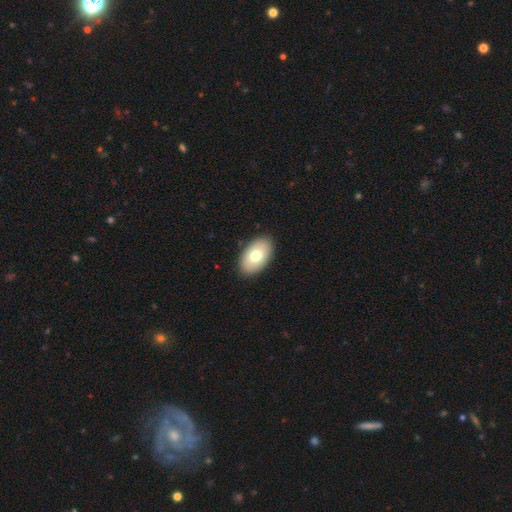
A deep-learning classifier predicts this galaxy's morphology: type=smooth (74%); roundness=in between (94%); merging=none (89%).